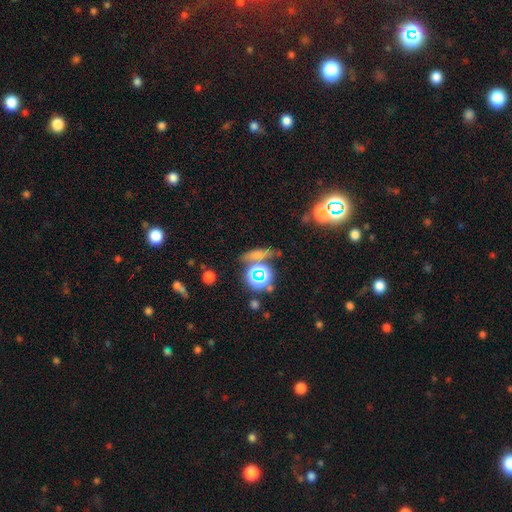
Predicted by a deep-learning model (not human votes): Smooth or featured? smooth (41%)
Merging? none (70%)